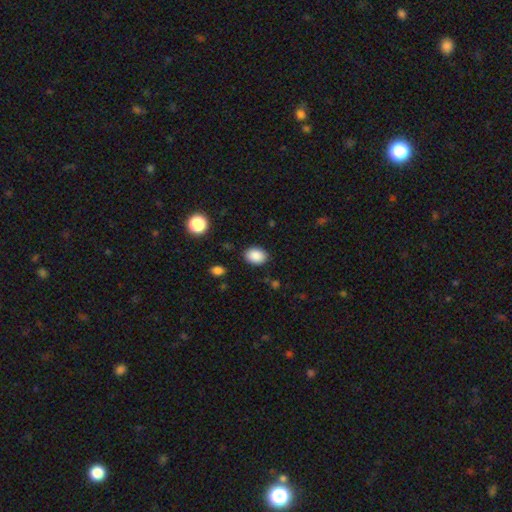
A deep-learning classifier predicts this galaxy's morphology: Smooth or featured? Predicted: smooth (p=0.88). How rounded? Predicted: in between (p=0.68). Merging? Predicted: none (p=0.87).